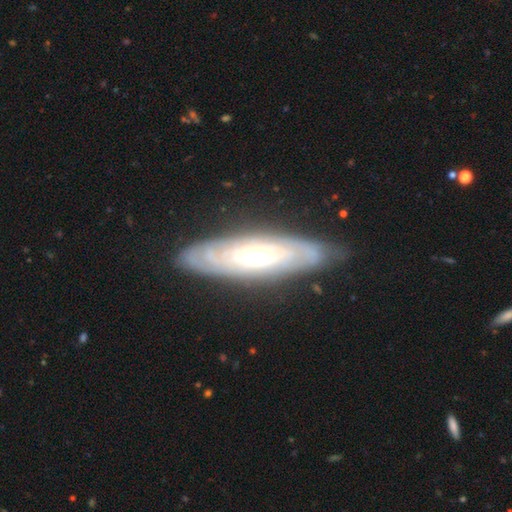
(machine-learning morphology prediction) Smooth or featured? featured or disk (77%)
Edge-on disk? no (71%)
Bar? no (59%)
Spiral arms? yes (77%)
Bulge size? moderate (65%)
Merging? none (80%)